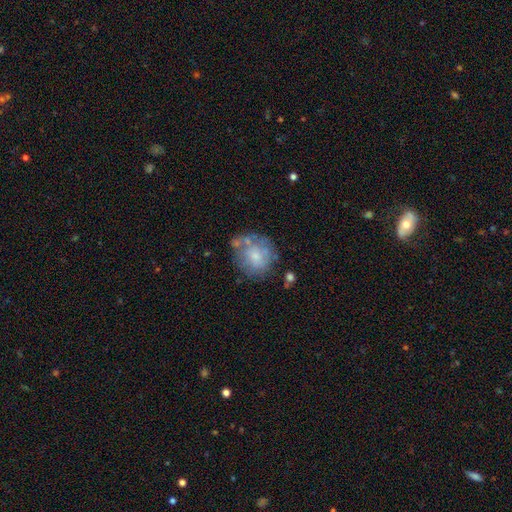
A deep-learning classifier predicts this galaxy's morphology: This appears to be a smooth galaxy with no disk features (57%) that is round (82%). Merging: none (53%).